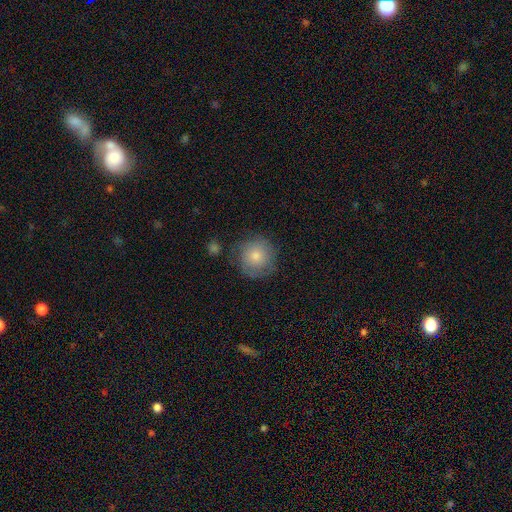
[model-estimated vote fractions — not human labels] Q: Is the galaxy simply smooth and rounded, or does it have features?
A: smooth — 75%.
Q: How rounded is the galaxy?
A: round — 93%.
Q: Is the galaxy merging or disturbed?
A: none — 72%.